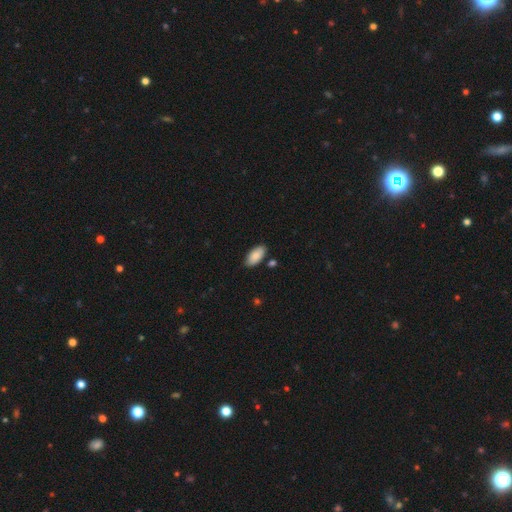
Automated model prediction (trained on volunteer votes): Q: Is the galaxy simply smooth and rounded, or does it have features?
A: smooth — 87%.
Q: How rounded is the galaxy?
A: in between — 93%.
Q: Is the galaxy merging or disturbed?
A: none — 81%.